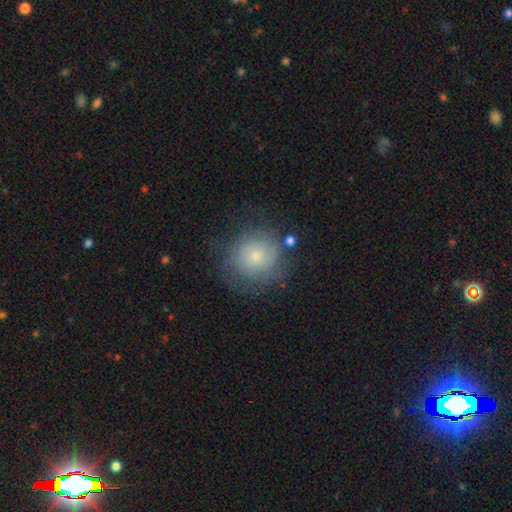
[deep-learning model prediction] This appears to be a smooth galaxy with no disk features (51%) that is round (89%). Merging: none (69%).